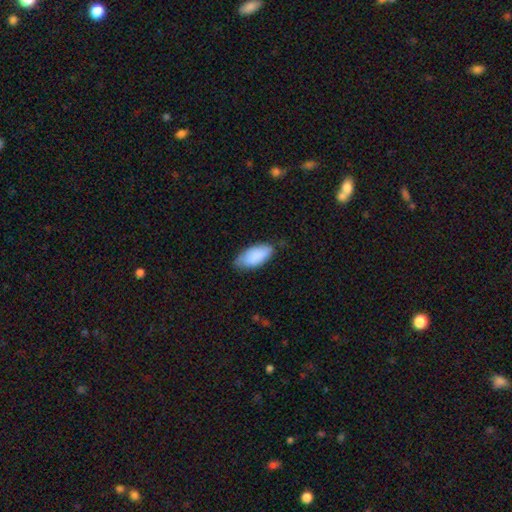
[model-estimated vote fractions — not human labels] This is clearly a smooth galaxy (87%). How rounded: clearly in between (93%). Merging: likely none (67%).